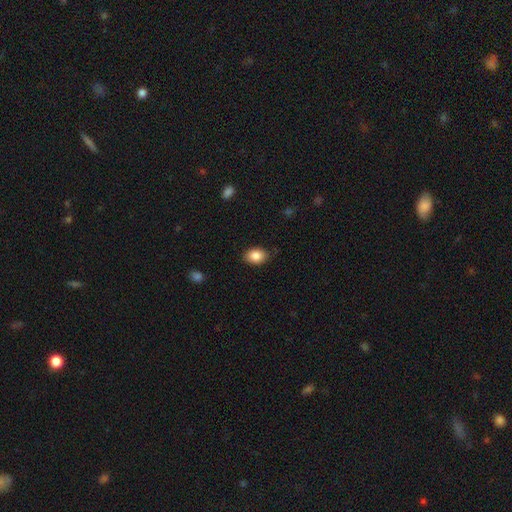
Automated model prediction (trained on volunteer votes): Smooth or featured? Predicted: smooth (p=0.87). How rounded? Predicted: in between (p=0.80). Merging? Predicted: none (p=0.84).